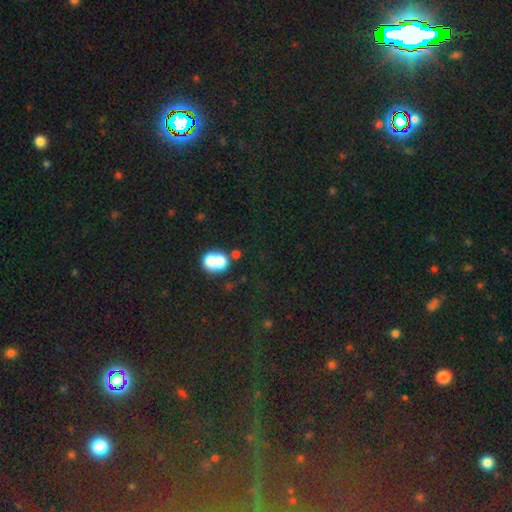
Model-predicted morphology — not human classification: Smooth or featured? star or artifact (75%)